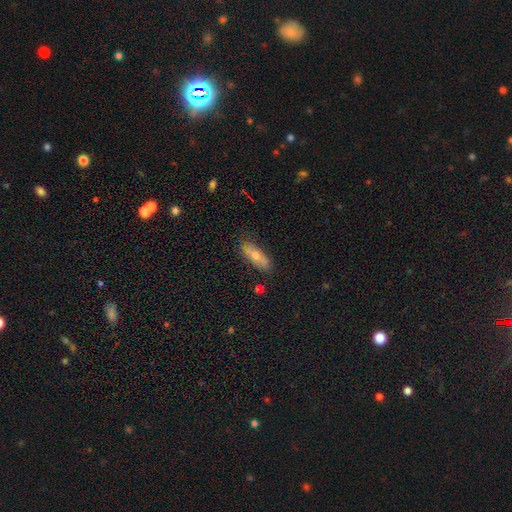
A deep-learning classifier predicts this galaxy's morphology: smooth_or_featured: smooth (p=0.59) [alt: featured or disk p=0.34]
how_rounded: in between (p=0.71) [alt: cigar-shaped p=0.26]
merging: none (p=0.73) [alt: minor disturbance p=0.20]